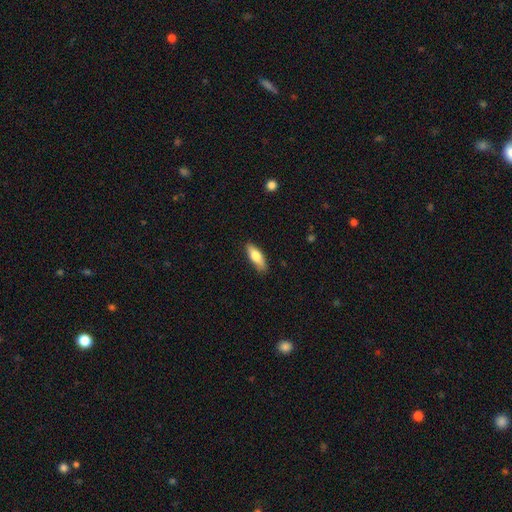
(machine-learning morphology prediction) smooth-or-featured: smooth: 73% | featured or disk: 21% | star or artifact: 6%
  how-rounded: in between: 61% | cigar-shaped: 37% | round: 2%
  merging: none: 83% | minor disturbance: 13% | major disturbance: 2% | merger: 1%